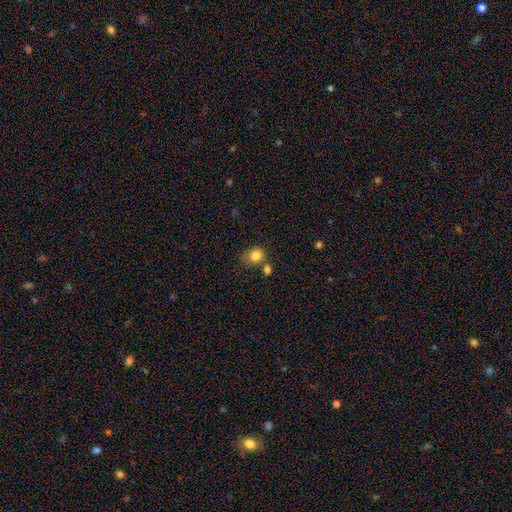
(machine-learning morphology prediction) Smooth or featured? smooth (83%)
How rounded? round (73%)
Merging? none (58%)